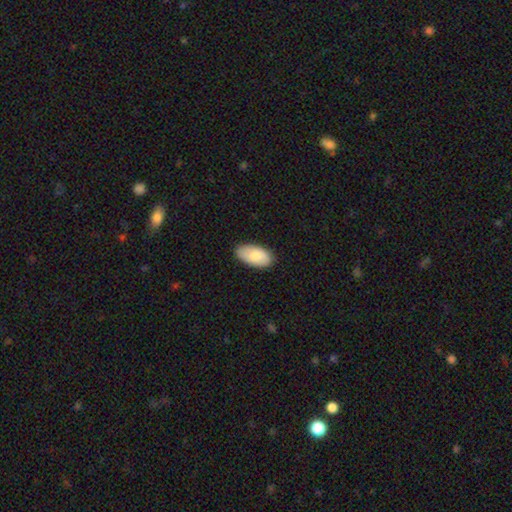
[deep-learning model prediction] smooth-or-featured: smooth: 81% | featured or disk: 14% | star or artifact: 6%
  how-rounded: in between: 95% | round: 3% | cigar-shaped: 2%
  merging: none: 84% | minor disturbance: 13% | major disturbance: 2% | merger: 1%